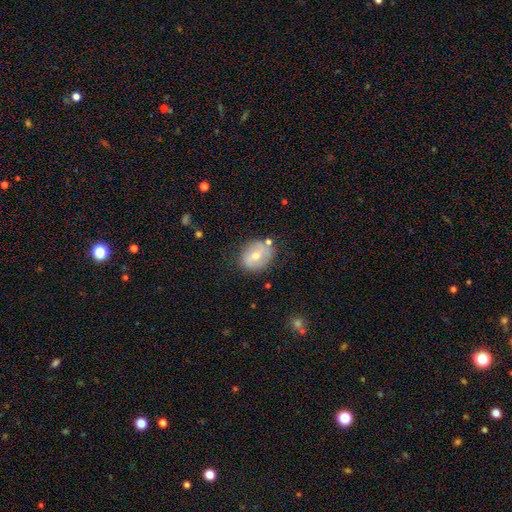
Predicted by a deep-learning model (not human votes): Q: Smooth or featured?
A: smooth (50%); runner-up: featured or disk (40%)
Q: How rounded?
A: in between (51%); runner-up: round (48%)
Q: Merging?
A: none (74%); runner-up: minor disturbance (17%)